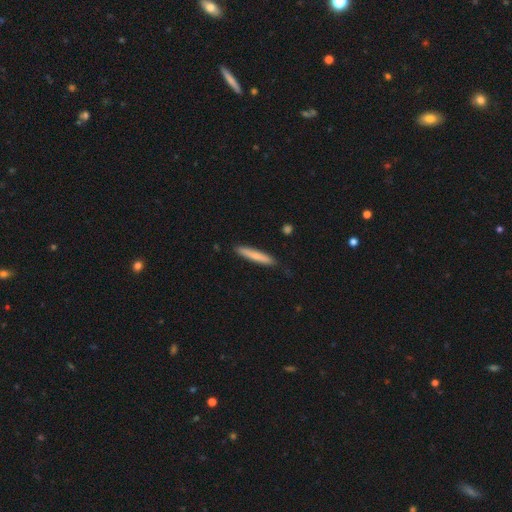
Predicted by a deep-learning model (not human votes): smooth 74%, featured or disk 21%, star or artifact 5%. Down the decision tree: how rounded — cigar-shaped (93%); merging — none (88%).